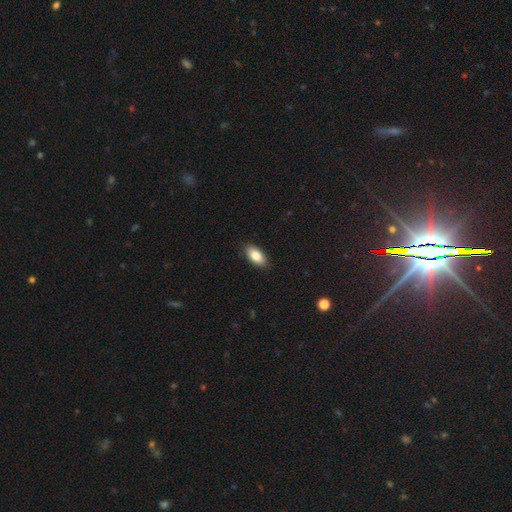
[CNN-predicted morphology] smooth_or_featured: smooth (p=0.83) [alt: featured or disk p=0.10]
how_rounded: in between (p=0.91) [alt: cigar-shaped p=0.06]
merging: none (p=0.89) [alt: minor disturbance p=0.09]